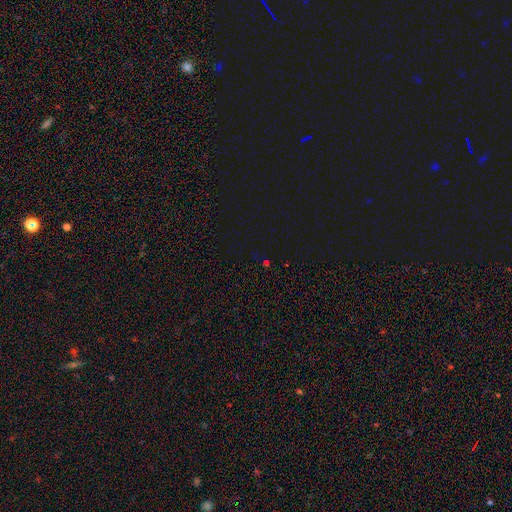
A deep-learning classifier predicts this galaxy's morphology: Overall: star or artifact (70%).